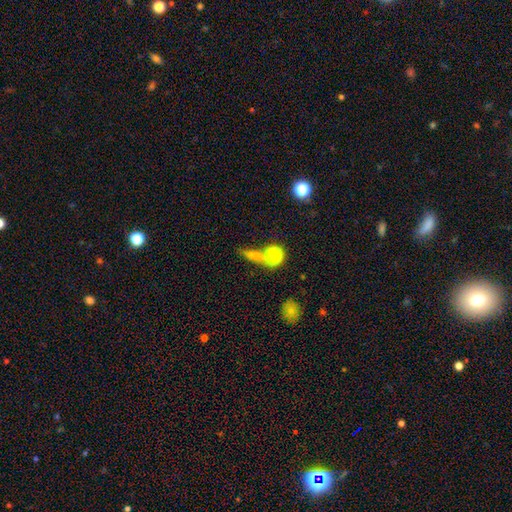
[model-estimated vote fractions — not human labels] Overall: smooth (60%; star or artifact 26%). How rounded: cigar-shaped (40%; round 31%). Merging: none (56%; merger 24%).